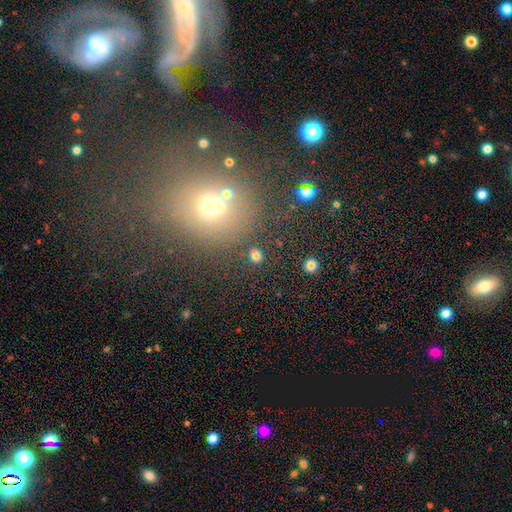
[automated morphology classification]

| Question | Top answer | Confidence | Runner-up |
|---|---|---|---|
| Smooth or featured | smooth | 74% | star or artifact (20%) |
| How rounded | round | 73% | in between (26%) |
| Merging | none | 84% | minor disturbance (7%) |